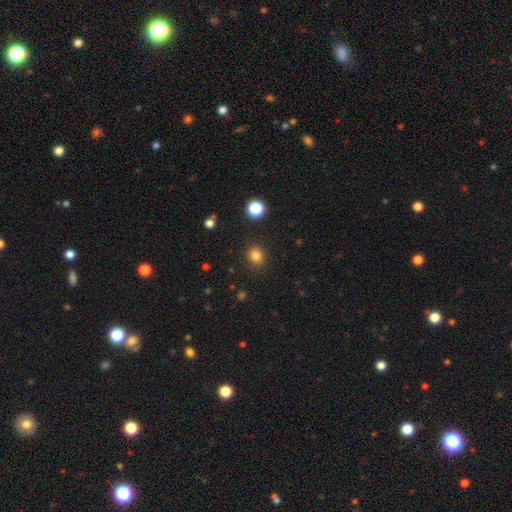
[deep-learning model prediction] Morphology: type=smooth (82%); roundness=round (67%); merging=none (88%).